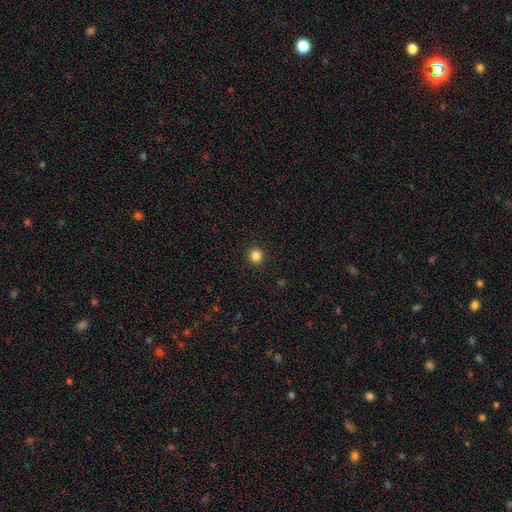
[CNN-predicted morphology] Smooth or featured? smooth (85%)
How rounded? round (95%)
Merging? none (93%)